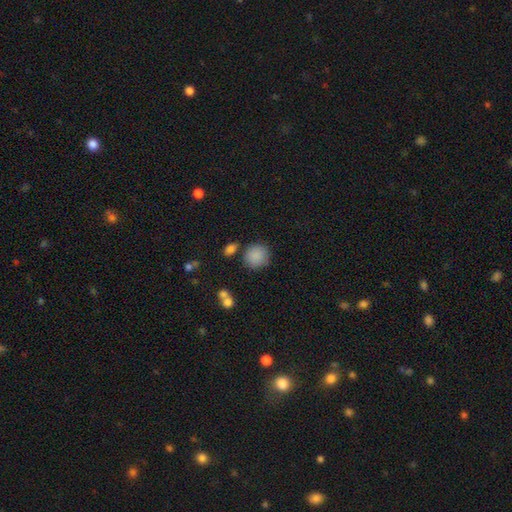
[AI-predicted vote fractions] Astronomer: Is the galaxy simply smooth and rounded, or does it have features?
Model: smooth — 86%.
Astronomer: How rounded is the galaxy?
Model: round — 87%.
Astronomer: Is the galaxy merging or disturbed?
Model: none — 75%.